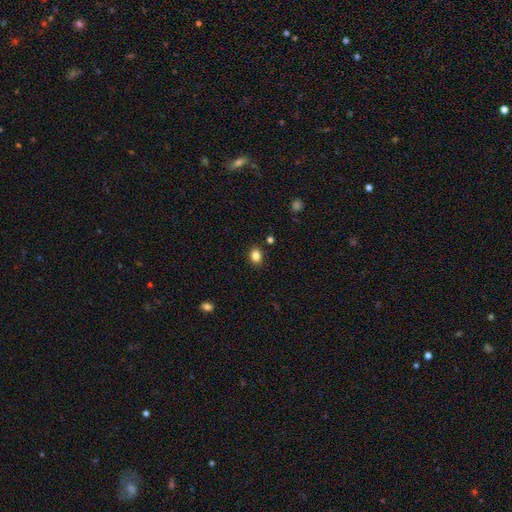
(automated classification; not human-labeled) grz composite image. It shows a smooth galaxy with no disk features (84%) that is in between round and cigar-shaped (54%). Merging: none (86%).